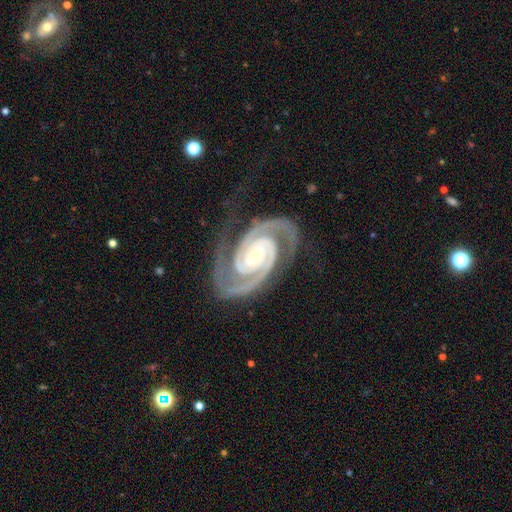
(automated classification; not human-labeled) A featured or disk galaxy (94%) with no bar (38%), 2 (92%) tight (70%) spiral arms (99%) and a small central bulge (65%). Merging: none (76%).